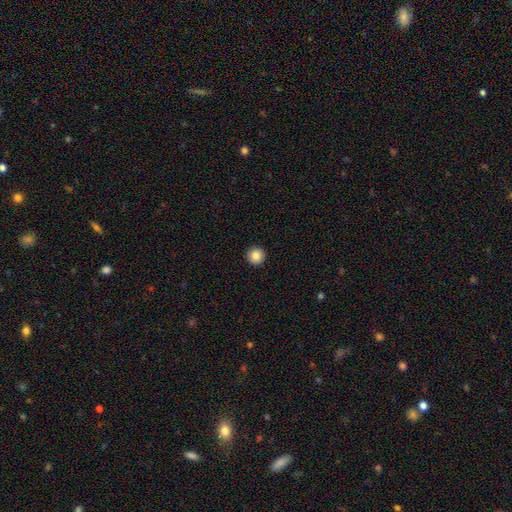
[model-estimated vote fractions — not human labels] Overall: smooth (86%). How rounded: round (96%). Merging: none (94%).